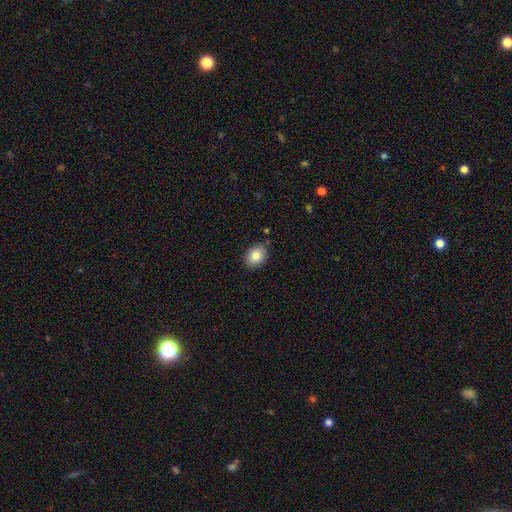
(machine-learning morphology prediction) smooth-or-featured: smooth: 84% | star or artifact: 8% | featured or disk: 8%
  how-rounded: in between: 62% | round: 37% | cigar-shaped: 1%
  merging: none: 85% | minor disturbance: 11% | major disturbance: 2% | merger: 2%